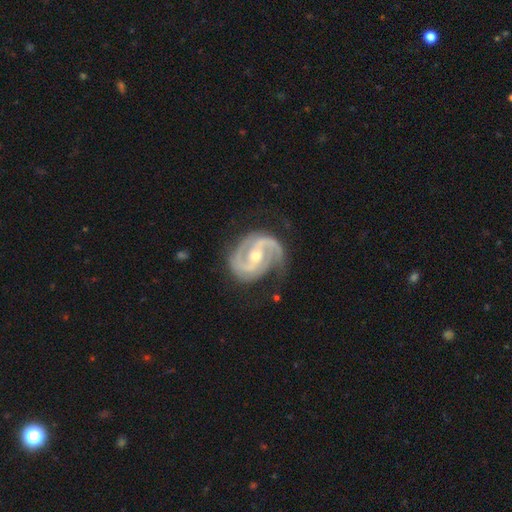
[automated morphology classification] This is clearly a featured or disk galaxy (93%). It is clearly not viewed edge-on (98%). Bar: marginally weak (41%). Spiral arm pattern: clearly yes (98%). Spiral arm count: clearly 2 (89%). Spiral winding: possibly medium (54%). Central bulge: possibly moderate (57%). Merging: likely none (72%).